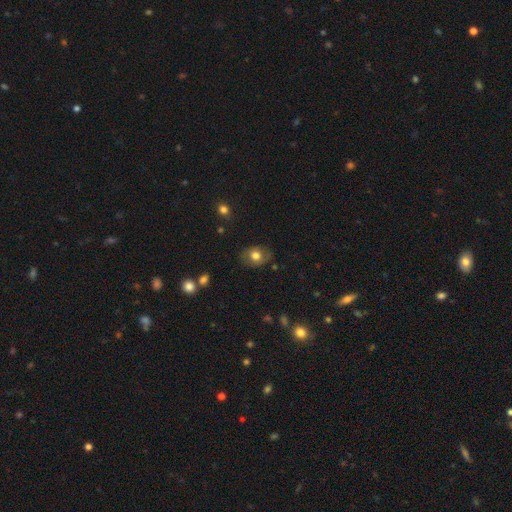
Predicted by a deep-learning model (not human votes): A smooth galaxy with no disk features (75%) that is round (50%).

Vote fractions:
- Smooth or featured? smooth: 75% / featured or disk: 15% / star or artifact: 9%
- How rounded? round: 50% / in between: 49% / cigar-shaped: 1%
- Merging? none: 81% / minor disturbance: 14% / major disturbance: 4% / merger: 1%